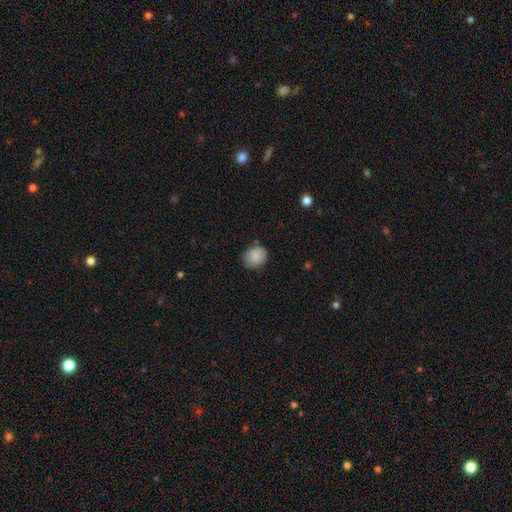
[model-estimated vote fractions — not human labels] smooth-or-featured: smooth: 85% | featured or disk: 8% | star or artifact: 7%
  how-rounded: round: 66% | in between: 33% | cigar-shaped: 1%
  merging: none: 75% | minor disturbance: 19% | major disturbance: 4% | merger: 2%